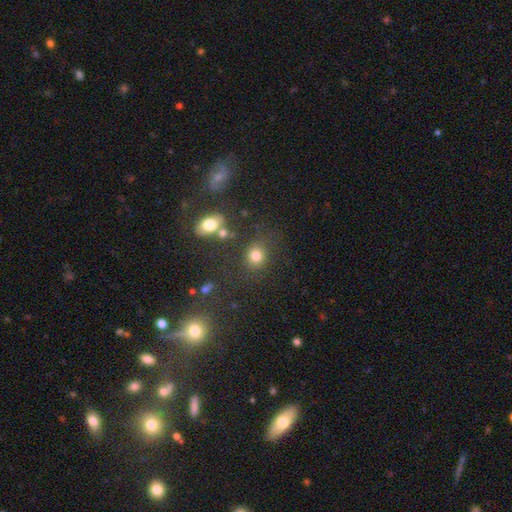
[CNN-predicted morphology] type=smooth (78%); roundness=round (72%); merging=none (73%).